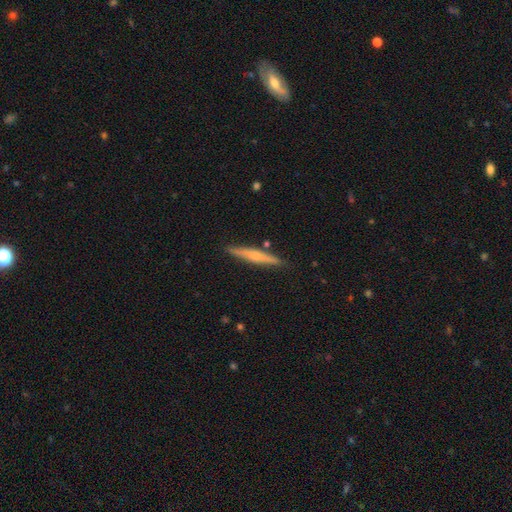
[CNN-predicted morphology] This appears to be a featured or disk galaxy (51%) viewed edge-on (96%). Merging: none (87%).